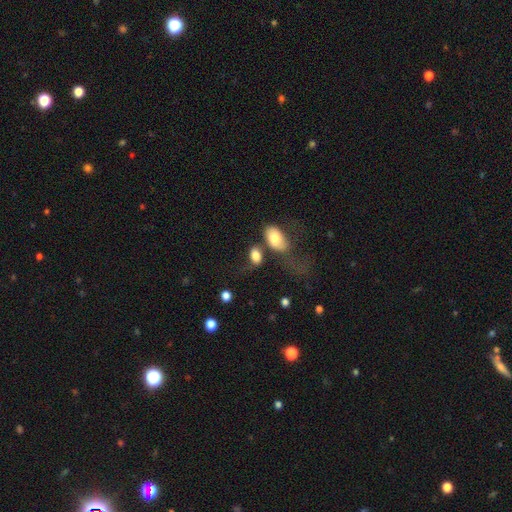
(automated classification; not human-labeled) Morphology: type=smooth (81%); roundness=in between (82%); merging=none (33%).